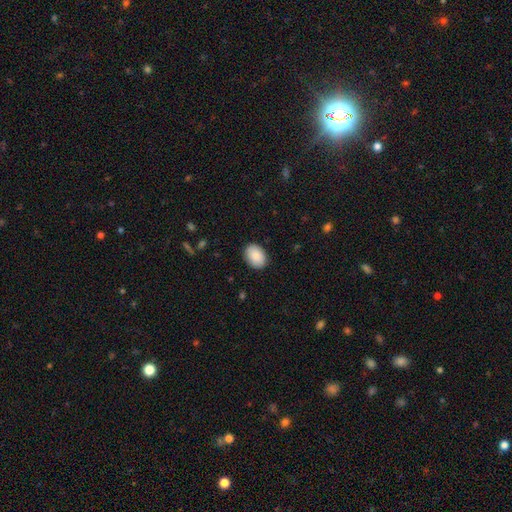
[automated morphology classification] Smooth or featured: smooth — 89% (star or artifact — 6%)
How rounded: in between — 80% (round — 19%)
Merging: none — 89% (minor disturbance — 8%)